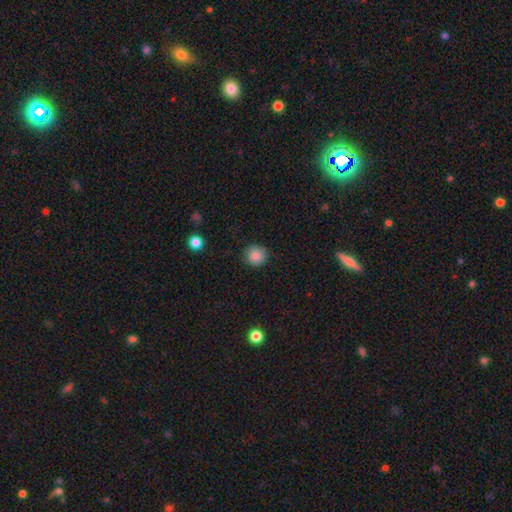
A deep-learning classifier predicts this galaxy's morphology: This appears to be a smooth galaxy with no disk features (86%) that is round (94%). Merging: none (89%).